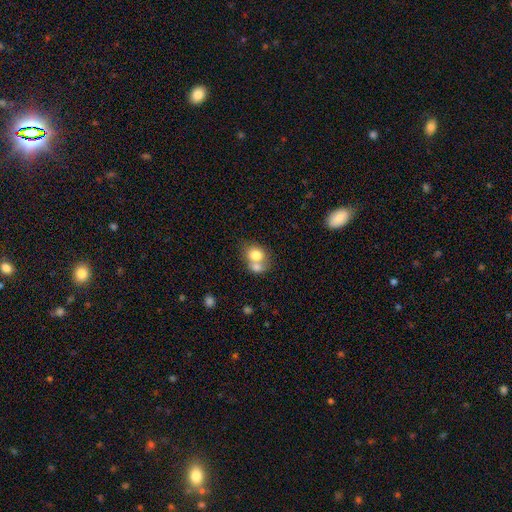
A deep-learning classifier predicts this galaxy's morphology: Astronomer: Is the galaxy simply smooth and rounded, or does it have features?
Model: smooth — 76%.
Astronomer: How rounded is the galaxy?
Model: round — 52% (runner-up: in between, 47%).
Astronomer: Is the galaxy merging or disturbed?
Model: merger — 60%.